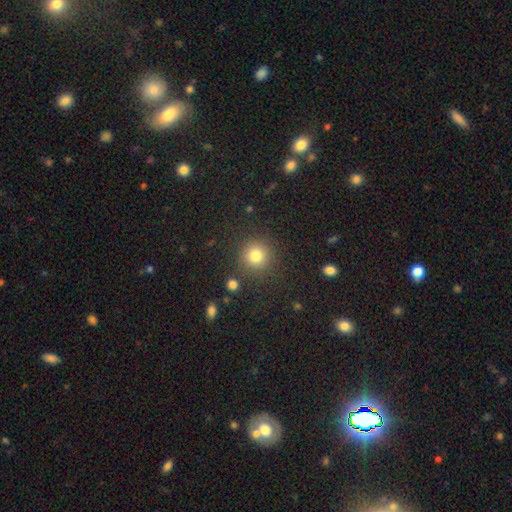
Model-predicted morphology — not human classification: A smooth galaxy with no disk features (81%) that is round (93%).

Vote fractions:
- Smooth or featured? smooth: 81% / star or artifact: 14% / featured or disk: 6%
- How rounded? round: 93% / in between: 6% / cigar-shaped: 1%
- Merging? none: 87% / minor disturbance: 7% / major disturbance: 3% / merger: 3%